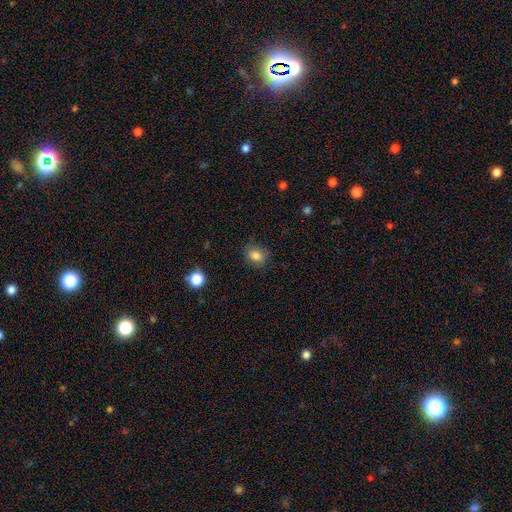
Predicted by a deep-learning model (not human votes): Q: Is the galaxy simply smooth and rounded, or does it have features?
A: smooth — 83%.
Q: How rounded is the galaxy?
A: in between — 52%.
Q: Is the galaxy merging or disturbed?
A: none — 82%.